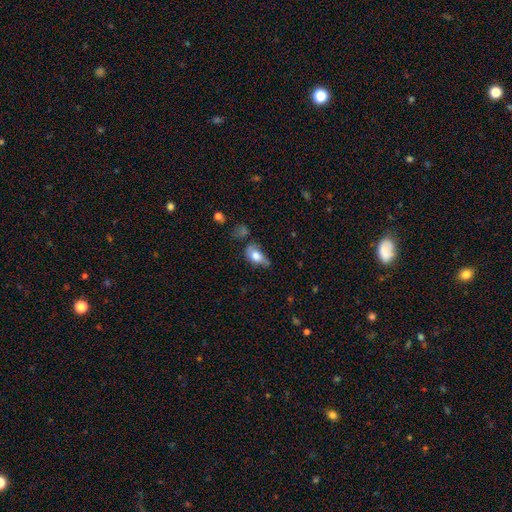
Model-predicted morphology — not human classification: A smooth galaxy with no disk features (72%) that is in between round and cigar-shaped (85%).

Vote fractions:
- Smooth or featured? smooth: 72% / featured or disk: 20% / star or artifact: 8%
- How rounded? in between: 85% / round: 11% / cigar-shaped: 4%
- Merging? minor disturbance: 35% / none: 32% / major disturbance: 24% / merger: 9%